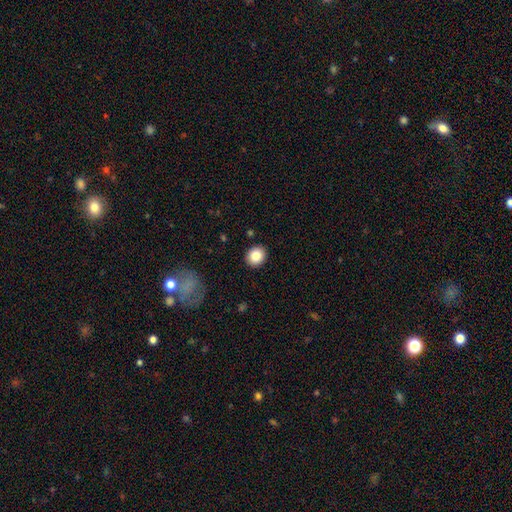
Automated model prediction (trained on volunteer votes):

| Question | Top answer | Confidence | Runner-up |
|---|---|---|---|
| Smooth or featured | smooth | 85% | star or artifact (9%) |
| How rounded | round | 70% | in between (29%) |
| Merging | none | 91% | minor disturbance (6%) |